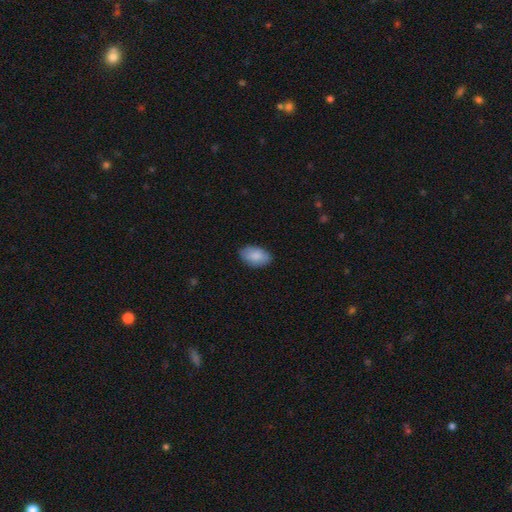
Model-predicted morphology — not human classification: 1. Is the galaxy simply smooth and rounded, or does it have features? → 87% smooth, 7% featured or disk, 6% star or artifact.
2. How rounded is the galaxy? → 92% in between, 7% round, 1% cigar-shaped.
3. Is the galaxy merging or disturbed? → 86% none, 11% minor disturbance, 2% major disturbance, 1% merger.